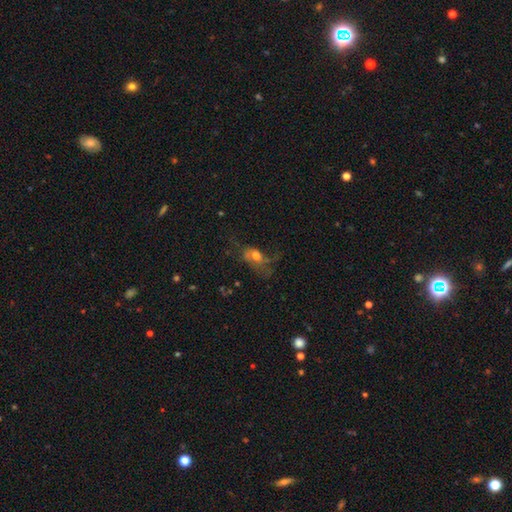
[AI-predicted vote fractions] The model was most divided on "smooth or featured": smooth: 52%, featured or disk: 33%, star or artifact: 14%. Remaining: how rounded — in between (71%); merging — major disturbance (49%).